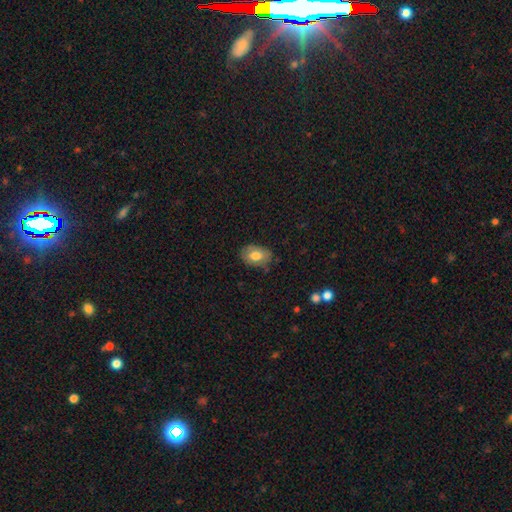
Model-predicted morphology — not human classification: smooth-or-featured: smooth: 72% | featured or disk: 21% | star or artifact: 7%
  how-rounded: in between: 86% | round: 13% | cigar-shaped: 1%
  merging: none: 77% | minor disturbance: 18% | major disturbance: 4% | merger: 1%